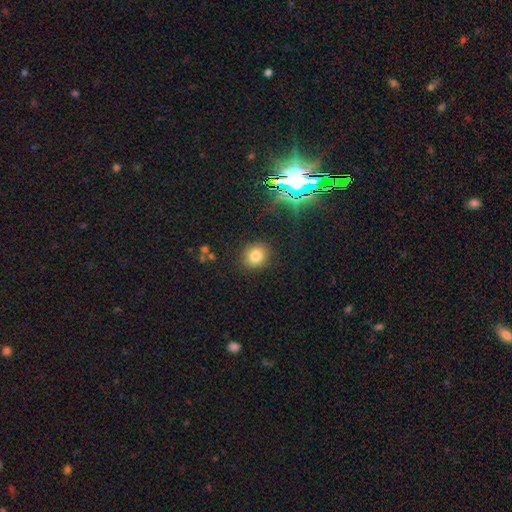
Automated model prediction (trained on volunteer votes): Morphology: type=smooth (78%); roundness=round (76%); merging=none (88%).